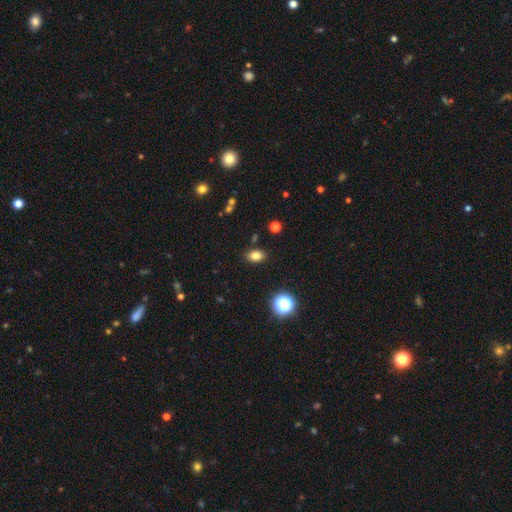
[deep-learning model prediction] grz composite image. It shows a smooth galaxy with no disk features (80%) that is in between round and cigar-shaped (80%). Merging: none (86%).